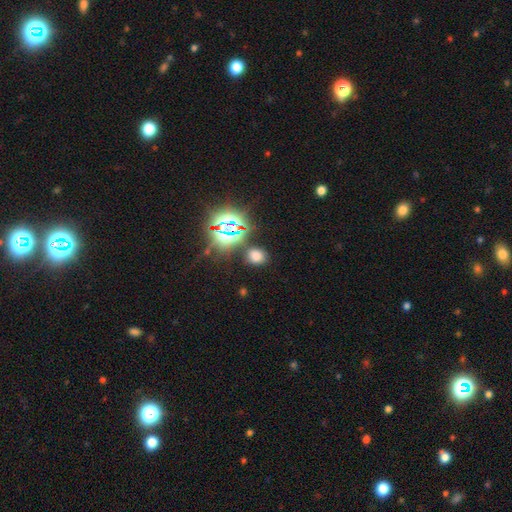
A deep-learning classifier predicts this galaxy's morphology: smooth 61%, star or artifact 32%, featured or disk 7%. Down the decision tree: how rounded — round (60%); merging — none (82%).